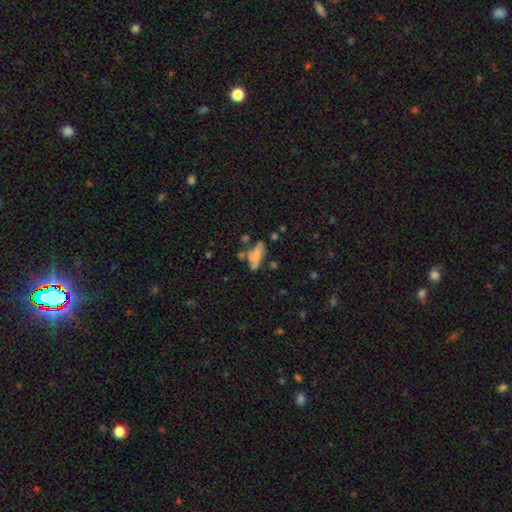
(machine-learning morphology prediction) This is possibly a smooth galaxy (47%). Merging: marginally none (45%).